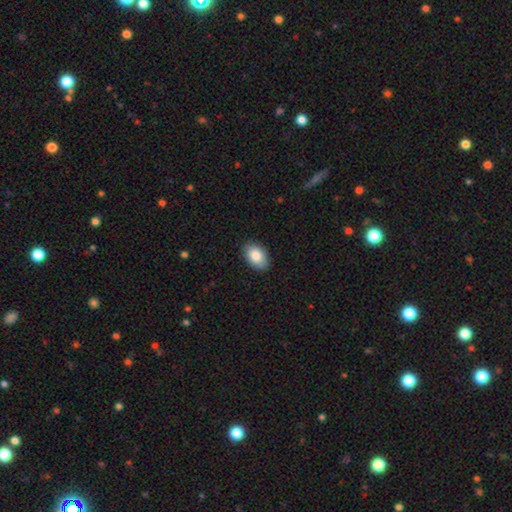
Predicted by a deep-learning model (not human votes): Morphology: type=smooth (85%); roundness=in between (89%); merging=none (87%).